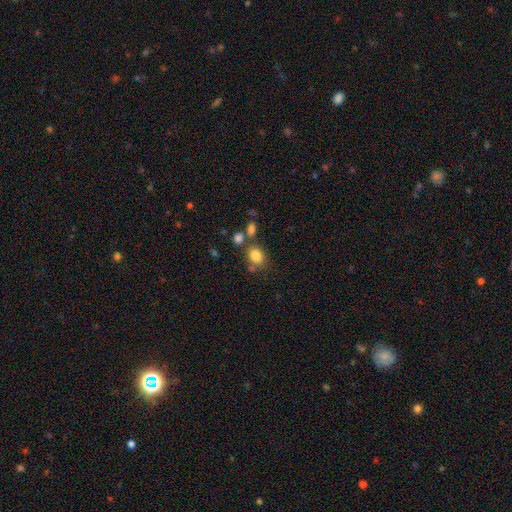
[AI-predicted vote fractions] This is clearly a smooth galaxy (82%). How rounded: possibly in between (56%). Merging: likely none (61%).